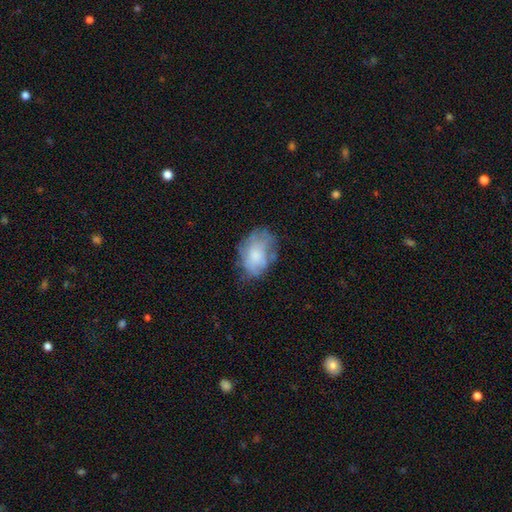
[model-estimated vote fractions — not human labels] smooth 60%, featured or disk 32%, star or artifact 8%. Down the decision tree: how rounded — in between (81%); merging — none (52%).